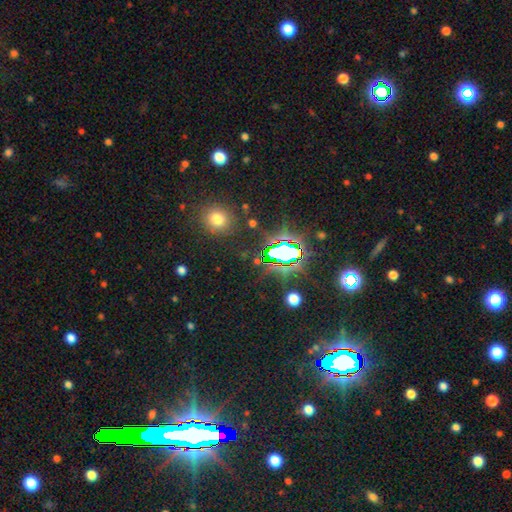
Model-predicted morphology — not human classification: This appears to be a star or artifact, not a galaxy (70%).